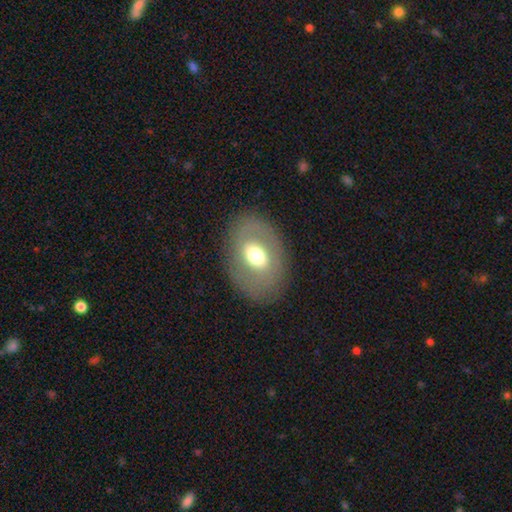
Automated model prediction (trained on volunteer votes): Morphology: type=smooth (51%); roundness=in between (75%); merging=none (81%).